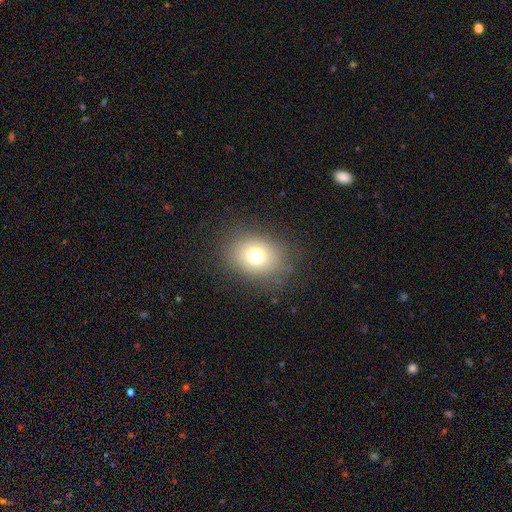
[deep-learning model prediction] A smooth galaxy with no disk features (72%) that is round (50%). Merging: none (82%).